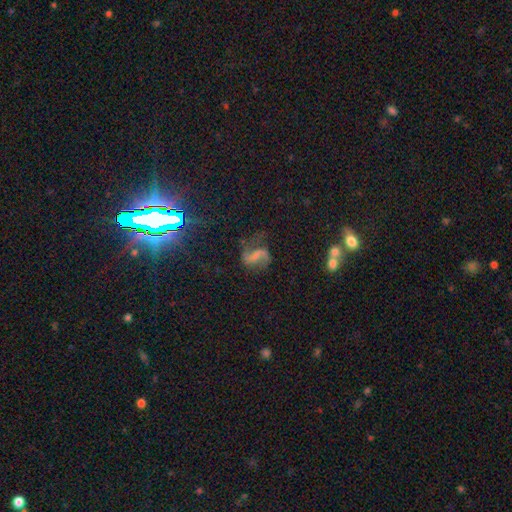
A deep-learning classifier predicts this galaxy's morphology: Q: Smooth or featured?
A: featured or disk (71%); runner-up: smooth (15%)
Q: Edge-on disk?
A: no (97%); runner-up: yes (3%)
Q: Bar?
A: strong (42%); runner-up: weak (38%)
Q: Spiral arms?
A: yes (91%); runner-up: no (9%)
Q: Spiral winding?
A: loose (63%); runner-up: medium (31%)
Q: Spiral arm count?
A: 2 (89%); runner-up: 1 (5%)
Q: Bulge size?
A: none (63%); runner-up: small (18%)
Q: Merging?
A: none (61%); runner-up: minor disturbance (18%)